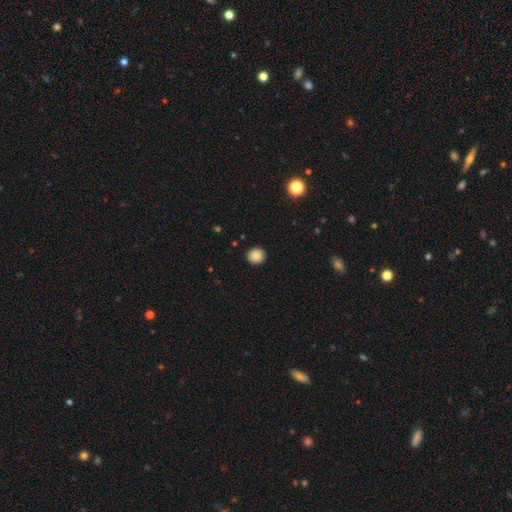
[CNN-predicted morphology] Smooth or featured? Predicted: smooth (p=0.86). How rounded? Predicted: round (p=0.89). Merging? Predicted: none (p=0.90).